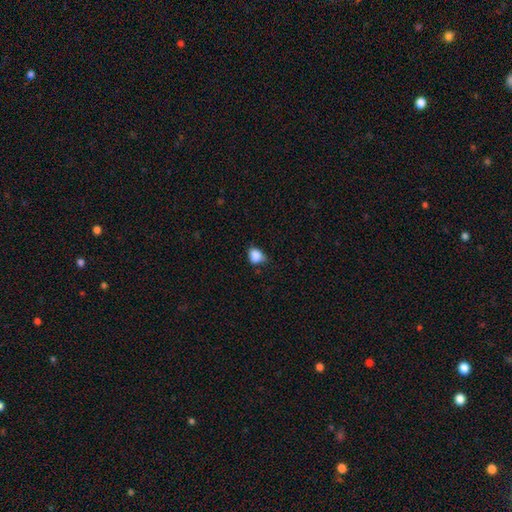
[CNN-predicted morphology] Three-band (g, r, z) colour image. It shows a smooth galaxy with no disk features (86%) that is in between round and cigar-shaped (56%). Merging: none (52%).